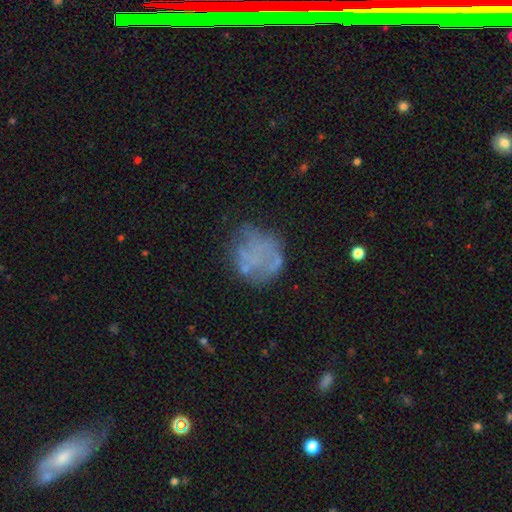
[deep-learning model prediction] A featured or disk galaxy (46%).

Vote fractions:
- Smooth or featured? featured or disk: 46% / smooth: 40% / star or artifact: 15%
- Merging? none: 53% / minor disturbance: 23% / major disturbance: 19% / merger: 5%